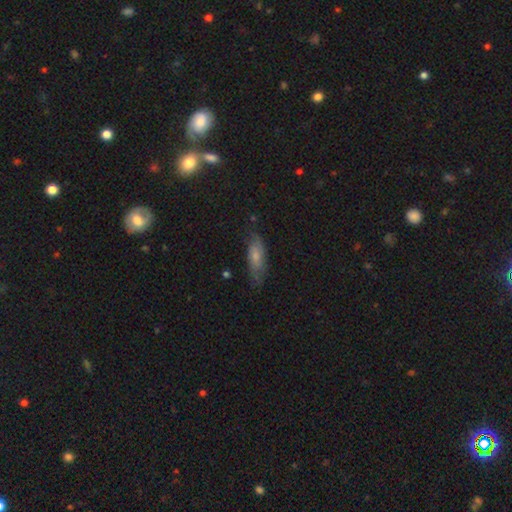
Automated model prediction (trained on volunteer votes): This appears to be a smooth galaxy with no disk features (60%) that is in between round and cigar-shaped (63%). Merging: none (66%).